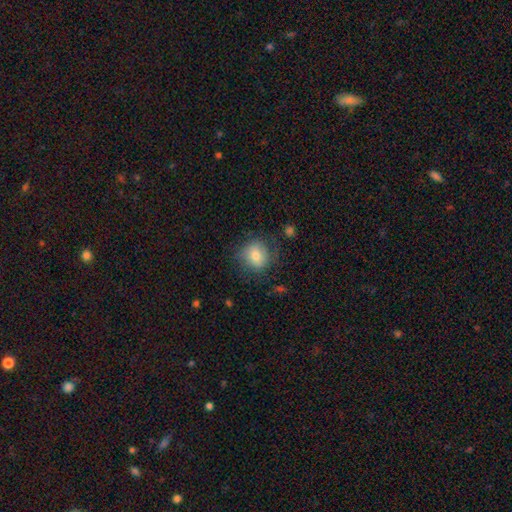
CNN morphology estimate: A smooth galaxy with no disk features (75%) that is round (78%). Merging: none (74%).